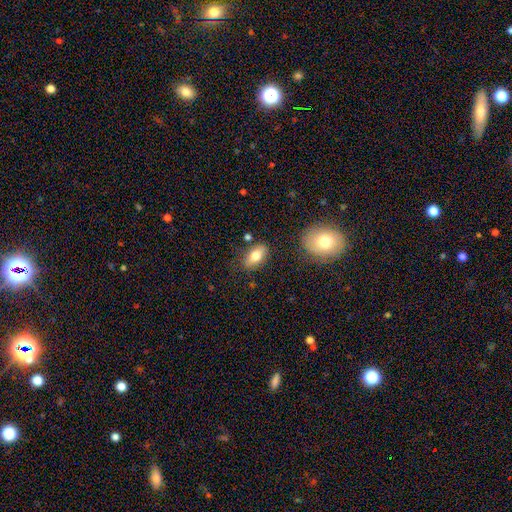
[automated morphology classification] The model was most divided on "smooth or featured": smooth: 75%, featured or disk: 18%, star or artifact: 7%. More confident: how rounded — in between (86%); merging — none (80%).